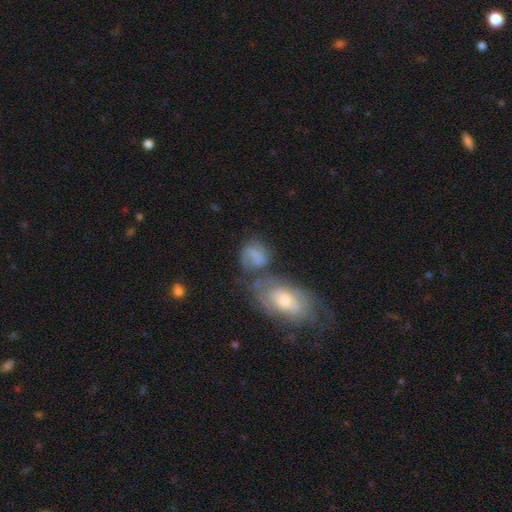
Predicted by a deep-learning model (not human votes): Q: Smooth or featured?
A: smooth (55%); runner-up: featured or disk (34%)
Q: How rounded?
A: in between (53%); runner-up: round (44%)
Q: Merging?
A: none (34%); runner-up: merger (30%)